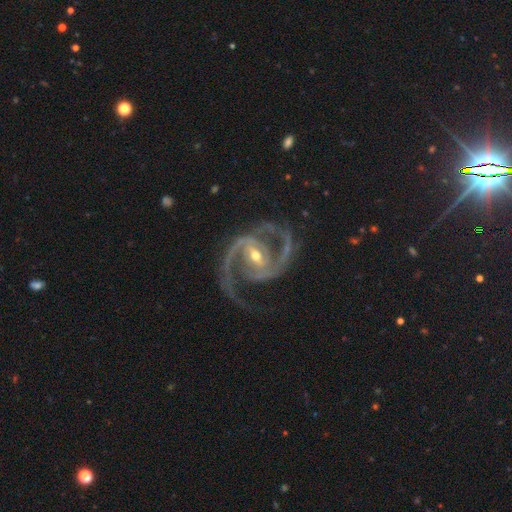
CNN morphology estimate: Smooth or featured? Predicted: featured or disk (p=0.93). Edge-on disk? Predicted: no (p=0.98). Bar? Predicted: weak (p=0.42). Spiral arms? Predicted: yes (p=0.98). Spiral winding? Predicted: medium (p=0.63). Spiral arm count? Predicted: 2 (p=0.88). Bulge size? Predicted: moderate (p=0.52). Merging? Predicted: none (p=0.72).